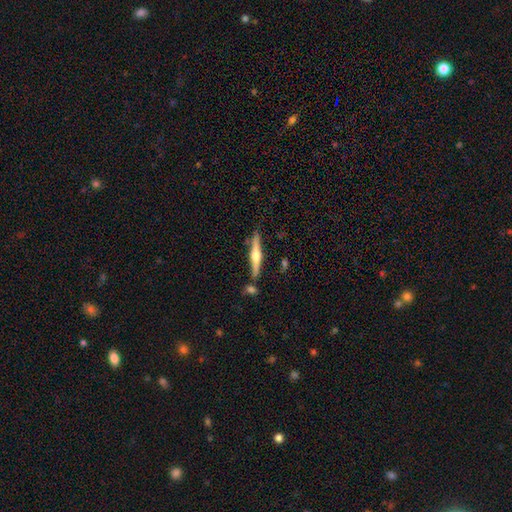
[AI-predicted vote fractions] The model was most divided on "smooth or featured": featured or disk: 70%, smooth: 24%, star or artifact: 5%. More confident: edge-on disk — yes (98%); edge-on bulge — rounded (94%); merging — none (81%).